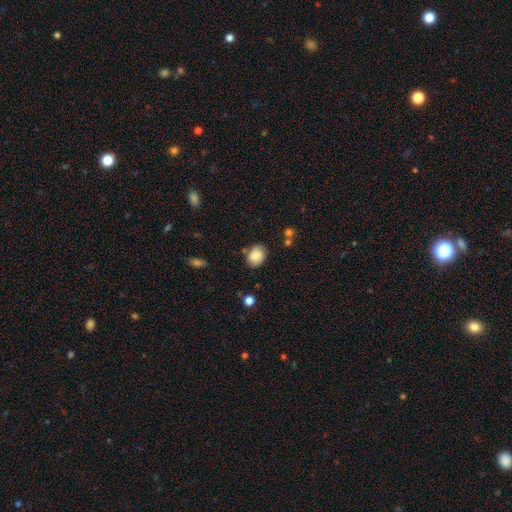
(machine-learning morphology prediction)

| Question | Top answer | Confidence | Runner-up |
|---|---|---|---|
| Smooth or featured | smooth | 82% | featured or disk (10%) |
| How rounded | in between | 56% | round (43%) |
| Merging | none | 75% | minor disturbance (16%) |